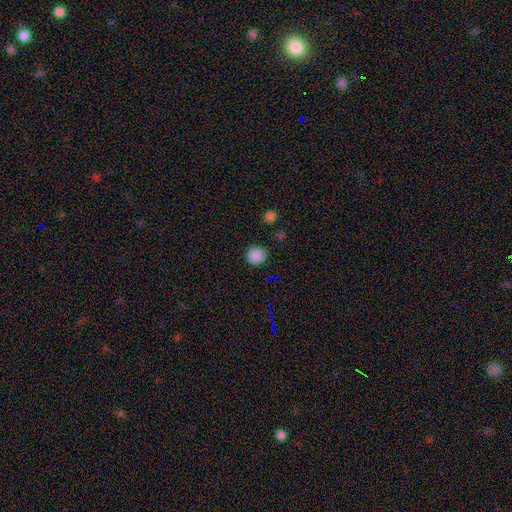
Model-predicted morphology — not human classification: A smooth galaxy with no disk features (85%) that is round (90%).

Vote fractions:
- Smooth or featured? smooth: 85% / star or artifact: 12% / featured or disk: 3%
- How rounded? round: 90% / in between: 9% / cigar-shaped: 1%
- Merging? none: 89% / minor disturbance: 7% / major disturbance: 2% / merger: 1%